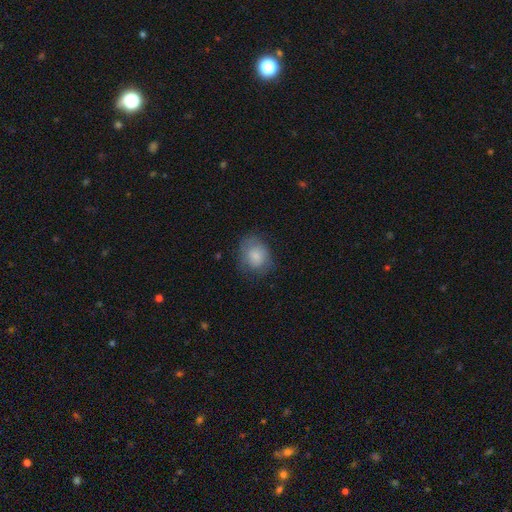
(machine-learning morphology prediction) This appears to be a smooth galaxy with no disk features (78%) that is round (61%). Merging: none (67%).